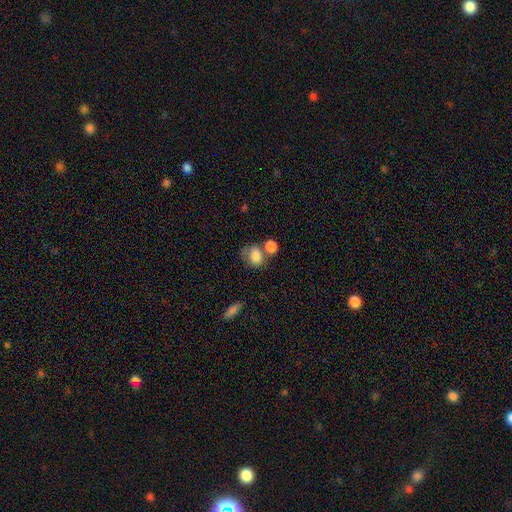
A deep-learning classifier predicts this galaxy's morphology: type=smooth (82%); roundness=in between (58%); merging=none (39%).